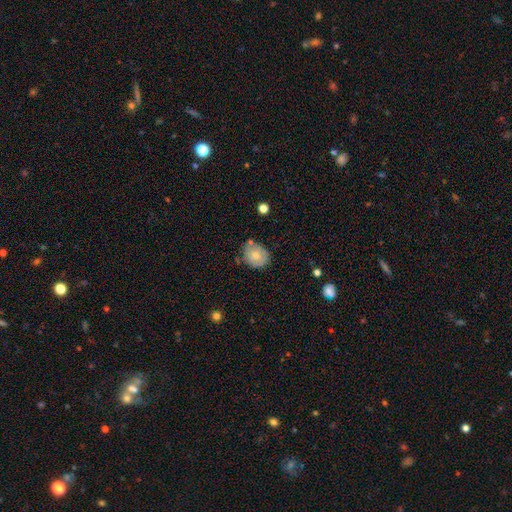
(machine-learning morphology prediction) Q: Smooth or featured?
A: smooth (71%); runner-up: featured or disk (21%)
Q: How rounded?
A: round (65%); runner-up: in between (34%)
Q: Merging?
A: none (67%); runner-up: minor disturbance (22%)